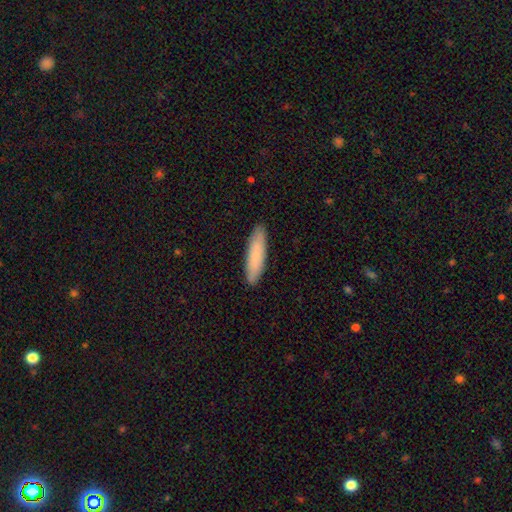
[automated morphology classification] A smooth galaxy with no disk features (85%) that is cigar-shaped (77%). Merging: none (90%).